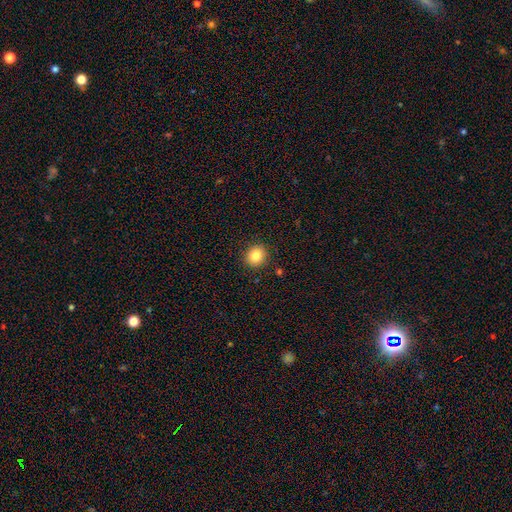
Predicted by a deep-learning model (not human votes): This is clearly a smooth galaxy (84%). How rounded: clearly round (80%). Merging: clearly none (90%).